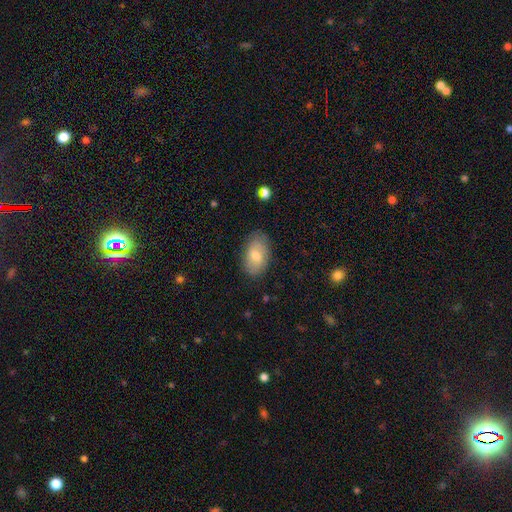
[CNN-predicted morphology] A smooth galaxy with no disk features (72%) that is in between round and cigar-shaped (91%).

Vote fractions:
- Smooth or featured? smooth: 72% / featured or disk: 21% / star or artifact: 7%
- How rounded? in between: 91% / round: 8% / cigar-shaped: 1%
- Merging? none: 80% / minor disturbance: 15% / major disturbance: 4% / merger: 1%